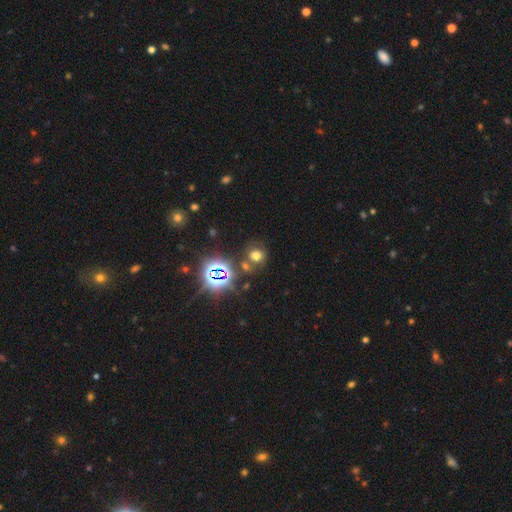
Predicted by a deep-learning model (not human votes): Smooth or featured: smooth — 57% (star or artifact — 32%)
How rounded: round — 70% (in between — 28%)
Merging: none — 66% (merger — 16%)